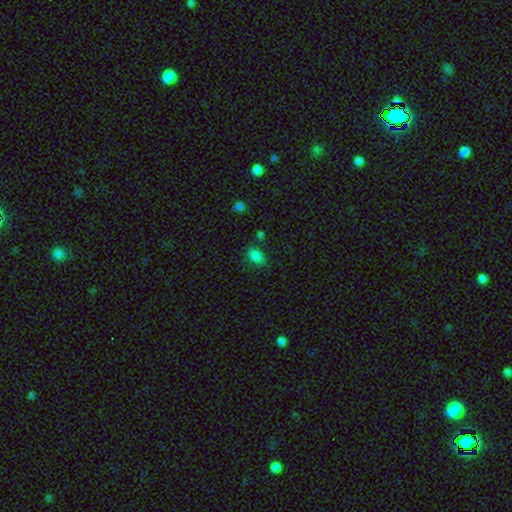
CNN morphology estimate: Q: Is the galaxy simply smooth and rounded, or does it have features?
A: smooth — 81%.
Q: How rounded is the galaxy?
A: in between — 83%.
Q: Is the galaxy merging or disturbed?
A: none — 71%.